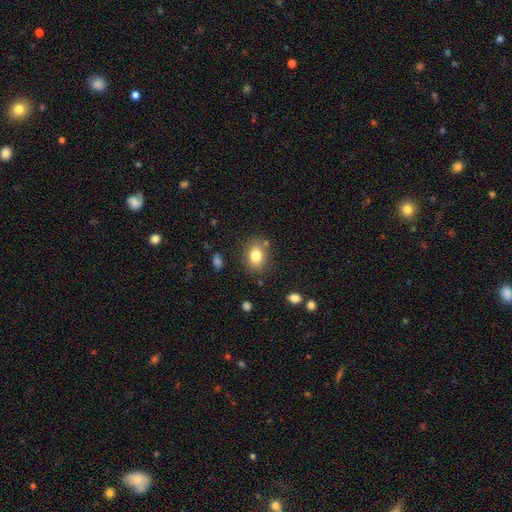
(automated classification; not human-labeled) This appears to be a smooth galaxy with no disk features (81%) that is in between round and cigar-shaped (55%). Merging: none (81%).